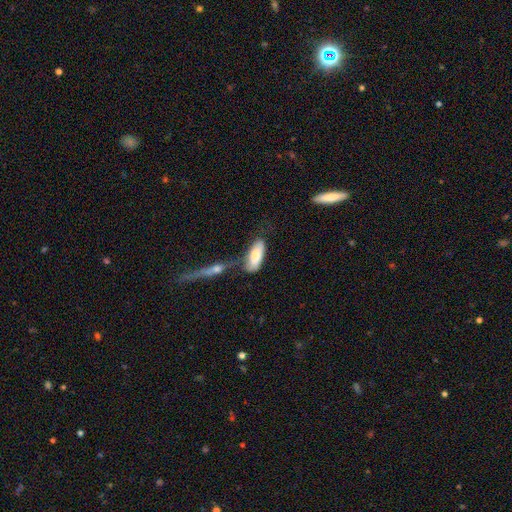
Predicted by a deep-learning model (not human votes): smooth-or-featured: smooth: 75% | featured or disk: 19% | star or artifact: 6%
  how-rounded: in between: 81% | cigar-shaped: 17% | round: 2%
  merging: none: 44% | merger: 27% | minor disturbance: 20% | major disturbance: 9%